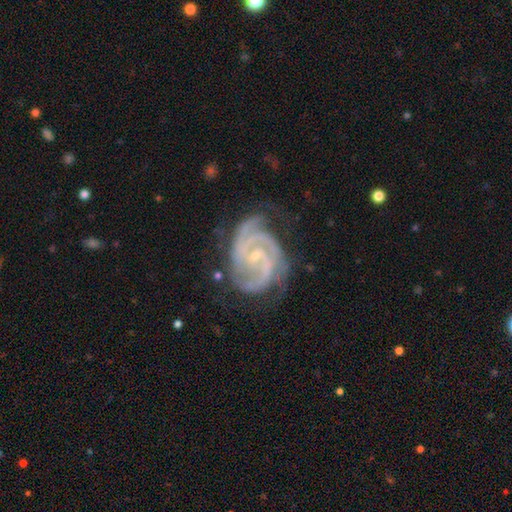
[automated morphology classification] A featured or disk galaxy (92%) with no bar (47%), 3 (40%) tight (60%) spiral arms (98%) and a small central bulge (77%).

Vote fractions:
- Smooth or featured? featured or disk: 92% / star or artifact: 5% / smooth: 3%
- Edge-on disk? no: 98% / yes: 2%
- Bar? no: 47% / weak: 40% / strong: 13%
- Spiral arms? yes: 98% / no: 2%
- Spiral winding? tight: 60% / medium: 35% / loose: 5%
- Spiral arm count? 3: 40% / 2: 31% / can't tell: 9% / 4: 9% / more than 4: 5% / 1: 5%
- Bulge size? small: 77% / moderate: 18% / none: 3% / large: 1% / dominant: 1%
- Merging? none: 65% / minor disturbance: 23% / major disturbance: 10% / merger: 2%